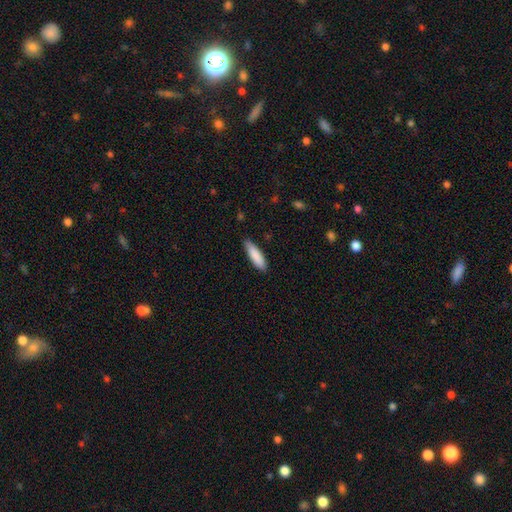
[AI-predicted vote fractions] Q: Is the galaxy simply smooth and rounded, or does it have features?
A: smooth — 87%.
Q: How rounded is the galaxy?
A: cigar-shaped — 63%.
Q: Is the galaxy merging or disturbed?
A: none — 85%.